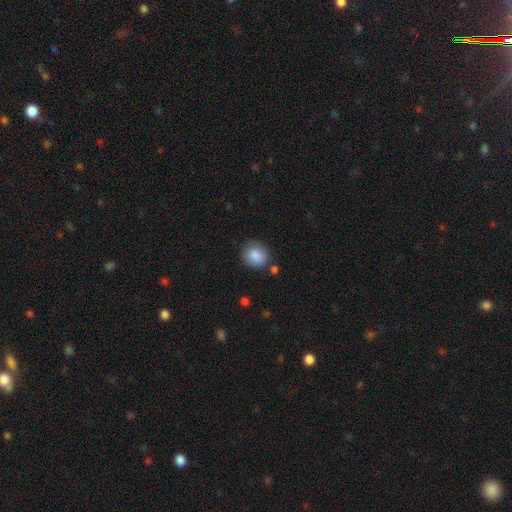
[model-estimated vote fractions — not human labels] The model was most divided on "how rounded": round: 74%, in between: 25%, cigar-shaped: 1%. More confident: smooth or featured — smooth (87%); merging — none (77%).